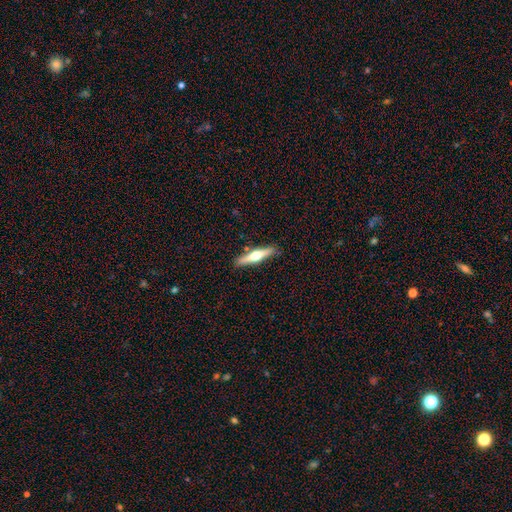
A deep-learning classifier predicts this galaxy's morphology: featured or disk 59%, smooth 36%, star or artifact 5%. Down the decision tree: edge-on disk — yes (96%); edge-on bulge — rounded (95%); merging — none (89%).